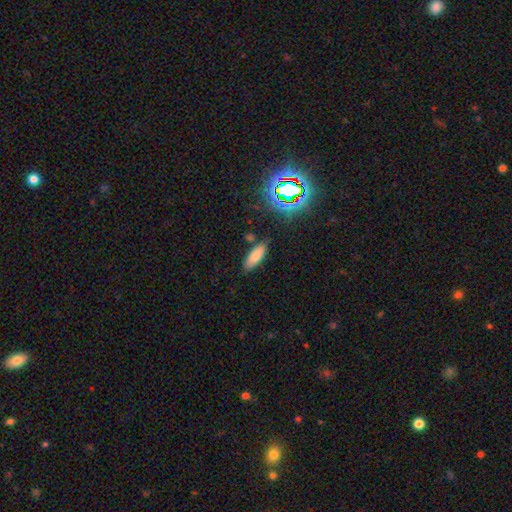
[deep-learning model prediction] A smooth galaxy with no disk features (76%) that is in between round and cigar-shaped (69%). Merging: none (80%).